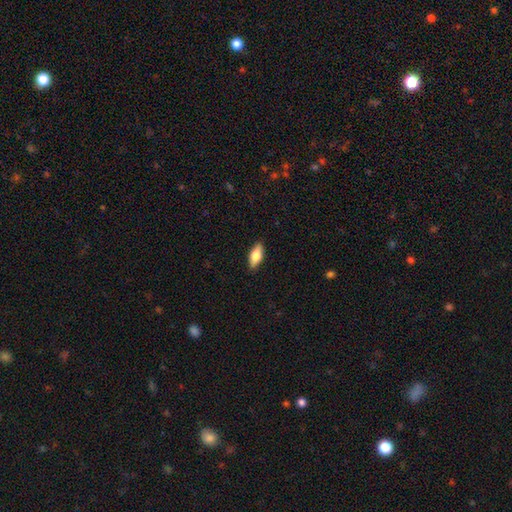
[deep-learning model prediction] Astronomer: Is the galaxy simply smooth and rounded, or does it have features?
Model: smooth — 71%.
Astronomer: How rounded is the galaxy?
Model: in between — 82%.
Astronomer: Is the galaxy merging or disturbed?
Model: none — 89%.